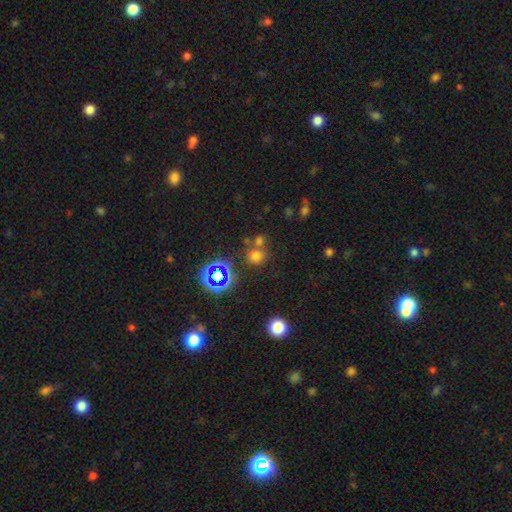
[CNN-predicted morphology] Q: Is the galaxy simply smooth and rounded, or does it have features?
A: smooth — 59%.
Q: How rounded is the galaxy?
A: round — 83%.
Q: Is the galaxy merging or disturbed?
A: none — 63%.